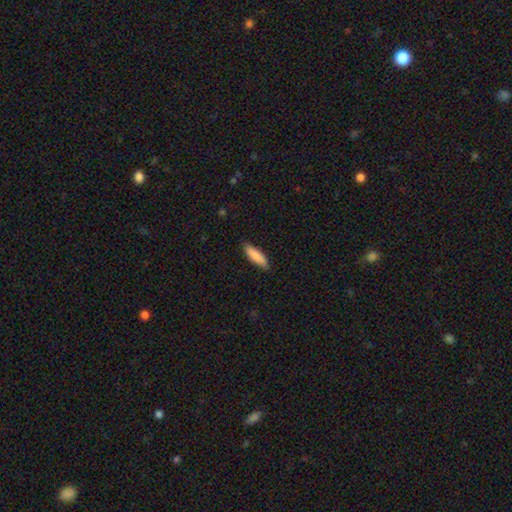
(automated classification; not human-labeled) Morphology: type=smooth (84%); roundness=cigar-shaped (56%); merging=none (85%).